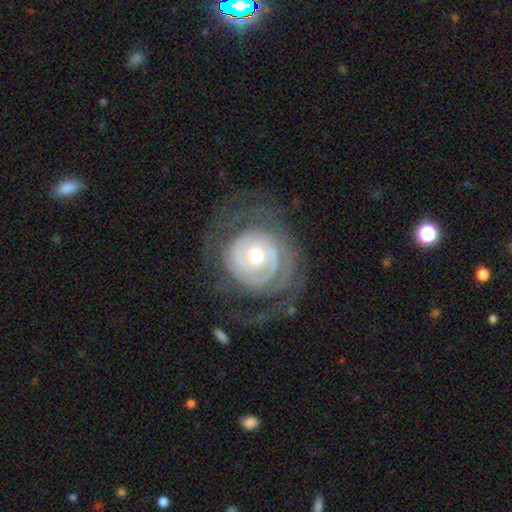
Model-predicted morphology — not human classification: The model was most divided on "spiral arm count": 2: 37%, can't tell: 32%, 3: 12%, 1: 8%, 4: 5%, more than 4: 5%. More confident: edge-on disk — no (97%); spiral arms — yes (91%); smooth or featured — featured or disk (84%); spiral winding — tight (72%); bar — no (71%); bulge size — moderate (67%); merging — none (66%).